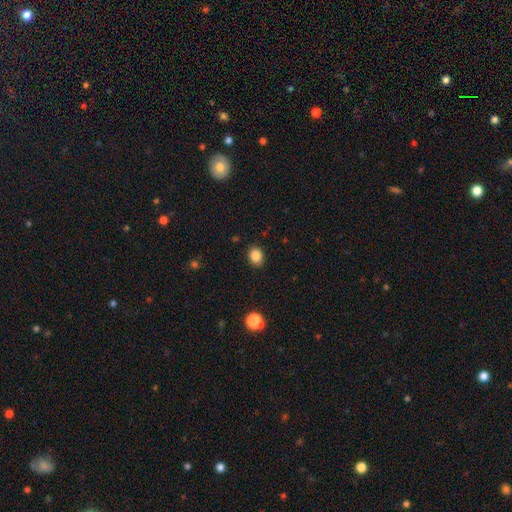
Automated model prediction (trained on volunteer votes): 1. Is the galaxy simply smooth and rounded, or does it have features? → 86% smooth, 10% star or artifact, 4% featured or disk.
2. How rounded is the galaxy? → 51% in between, 48% round, 1% cigar-shaped.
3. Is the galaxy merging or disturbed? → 88% none, 9% minor disturbance, 2% major disturbance, 1% merger.